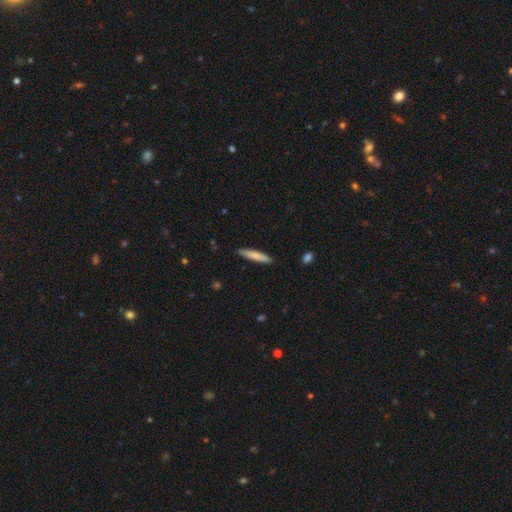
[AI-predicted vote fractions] Morphology: type=smooth (79%); roundness=cigar-shaped (91%); merging=none (88%).